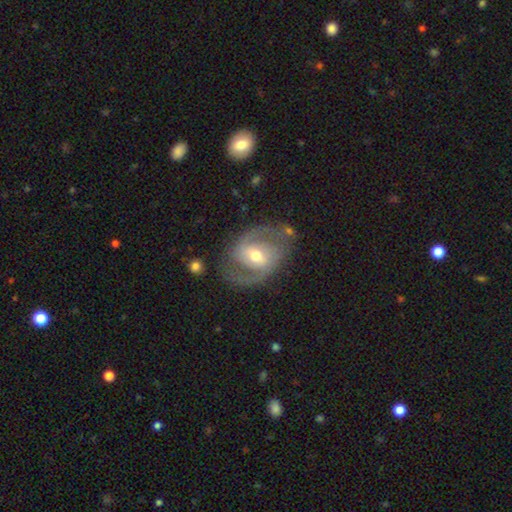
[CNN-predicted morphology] A featured or disk galaxy (81%) with a weak bar (47%), 2 (88%) medium (54%) spiral arms (88%) and a moderate central bulge (68%). Merging: none (73%).